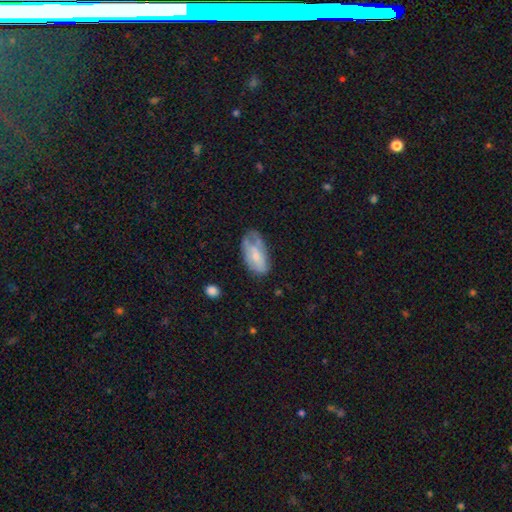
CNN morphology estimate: A smooth galaxy with no disk features (52%) that is in between round and cigar-shaped (92%). Merging: none (43%).